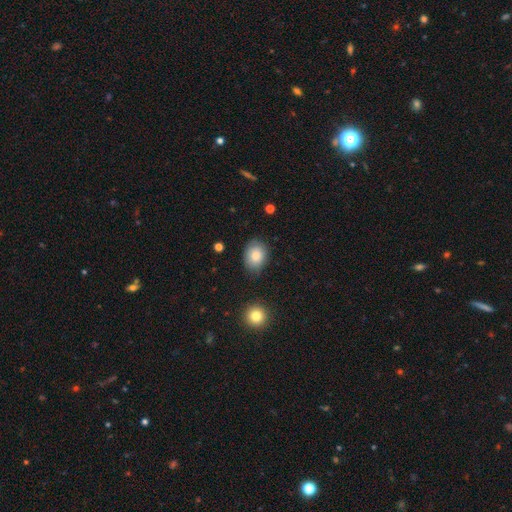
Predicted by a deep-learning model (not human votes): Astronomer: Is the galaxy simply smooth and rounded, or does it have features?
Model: smooth — 84%.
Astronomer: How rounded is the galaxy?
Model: in between — 68%.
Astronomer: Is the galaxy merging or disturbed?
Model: none — 76%.